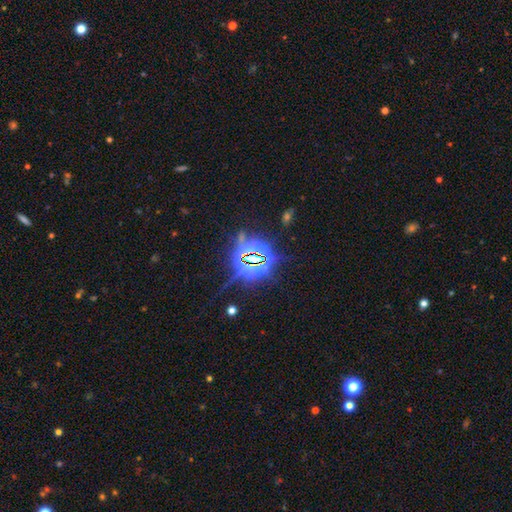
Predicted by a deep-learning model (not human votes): This appears to be a star or artifact, not a galaxy (84%).